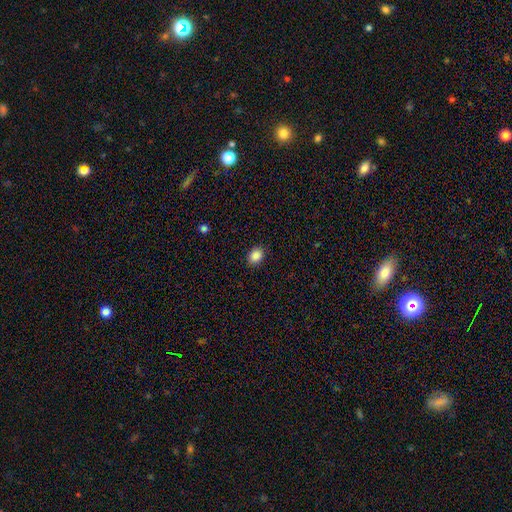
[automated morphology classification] Overall: smooth (88%). How rounded: in between (60%; round 39%). Merging: none (89%).